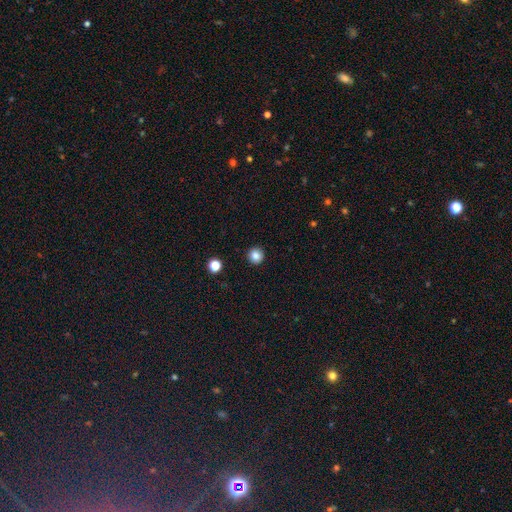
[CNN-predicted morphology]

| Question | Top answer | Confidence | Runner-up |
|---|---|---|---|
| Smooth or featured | smooth | 85% | star or artifact (11%) |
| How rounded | round | 94% | in between (5%) |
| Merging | none | 93% | minor disturbance (4%) |